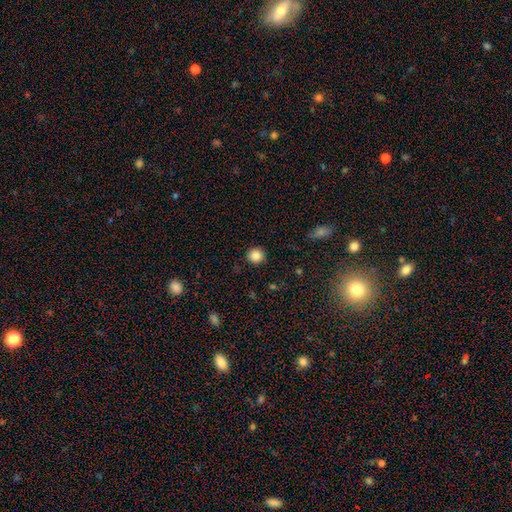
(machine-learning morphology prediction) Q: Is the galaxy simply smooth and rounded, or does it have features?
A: smooth — 85%.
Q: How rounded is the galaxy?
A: round — 93%.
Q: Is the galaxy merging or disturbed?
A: none — 91%.